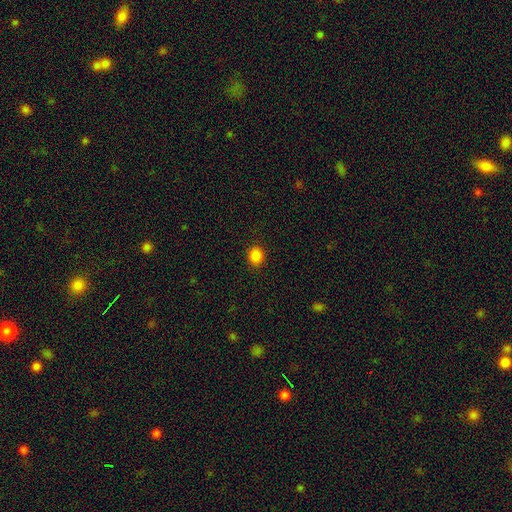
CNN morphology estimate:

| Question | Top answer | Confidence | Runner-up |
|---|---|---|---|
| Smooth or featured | smooth | 86% | star or artifact (11%) |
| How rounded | round | 71% | in between (28%) |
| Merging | none | 91% | minor disturbance (6%) |